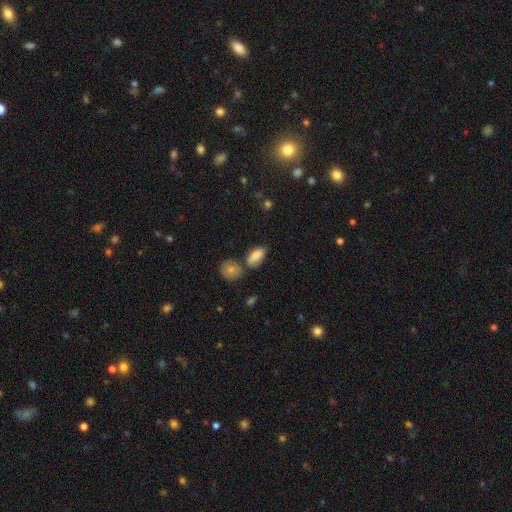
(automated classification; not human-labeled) Smooth or featured? smooth (83%)
How rounded? in between (91%)
Merging? none (56%)